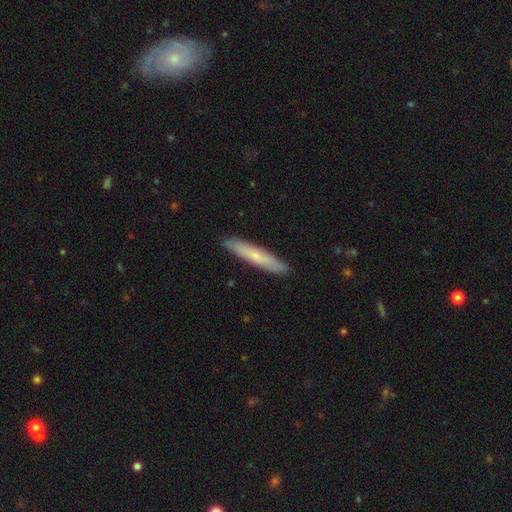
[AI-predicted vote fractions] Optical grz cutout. It shows a smooth galaxy with no disk features (62%) that is cigar-shaped (91%). Merging: none (90%).